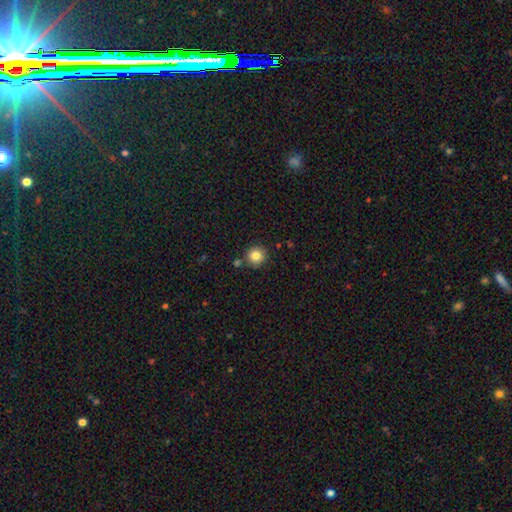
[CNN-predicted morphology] Smooth or featured? smooth (82%)
How rounded? round (94%)
Merging? none (84%)